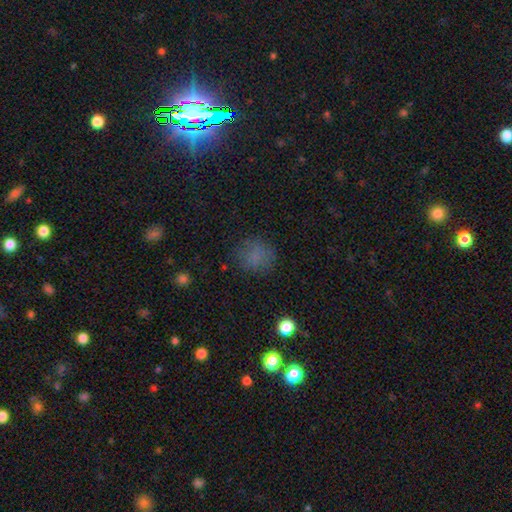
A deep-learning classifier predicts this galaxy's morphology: The model was most divided on "smooth or featured": smooth: 73%, star or artifact: 19%, featured or disk: 9%. More confident: how rounded — round (84%); merging — none (78%).